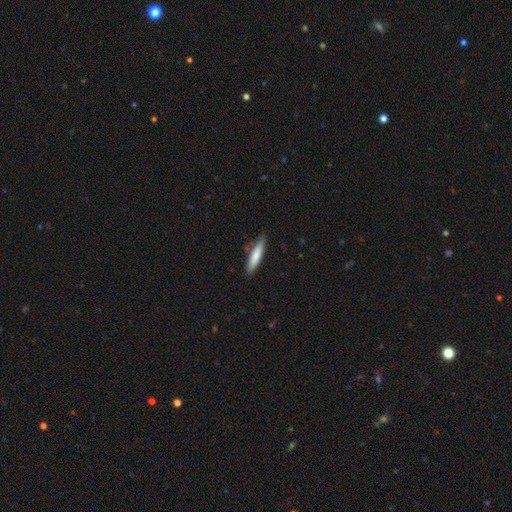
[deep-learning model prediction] Smooth or featured? Predicted: smooth (p=0.78). How rounded? Predicted: cigar-shaped (p=0.83). Merging? Predicted: none (p=0.84).